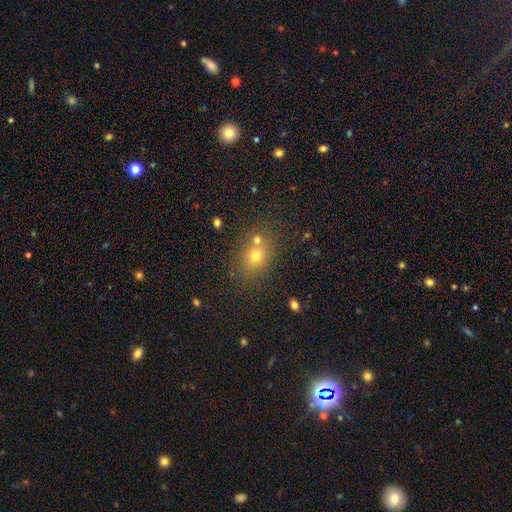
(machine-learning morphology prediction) Smooth or featured? Predicted: smooth (p=0.66). How rounded? Predicted: round (p=0.61). Merging? Predicted: none (p=0.60).